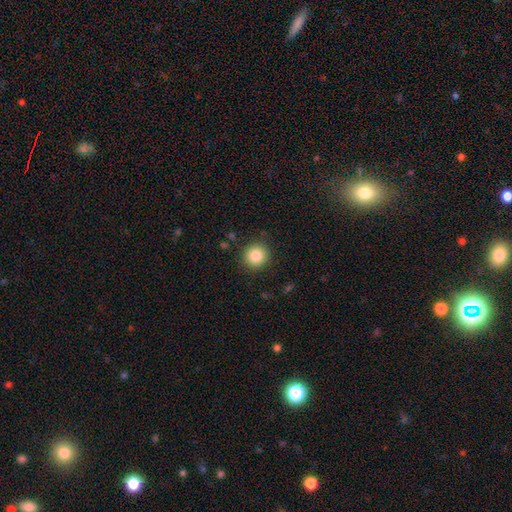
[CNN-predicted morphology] Smooth or featured: smooth — 85% (star or artifact — 10%)
How rounded: round — 92% (in between — 7%)
Merging: none — 88% (minor disturbance — 8%)